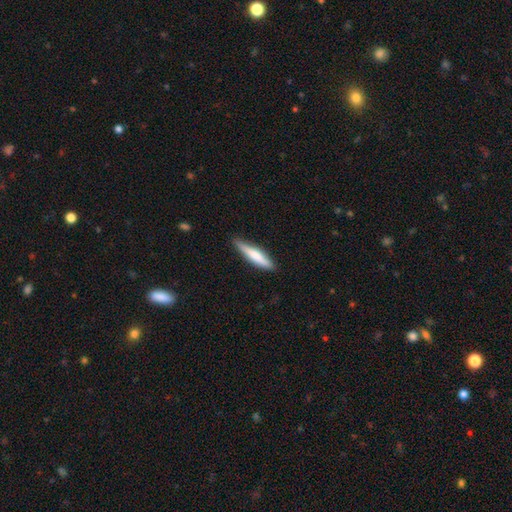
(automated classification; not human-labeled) Smooth or featured? smooth (63%)
How rounded? cigar-shaped (87%)
Merging? none (85%)